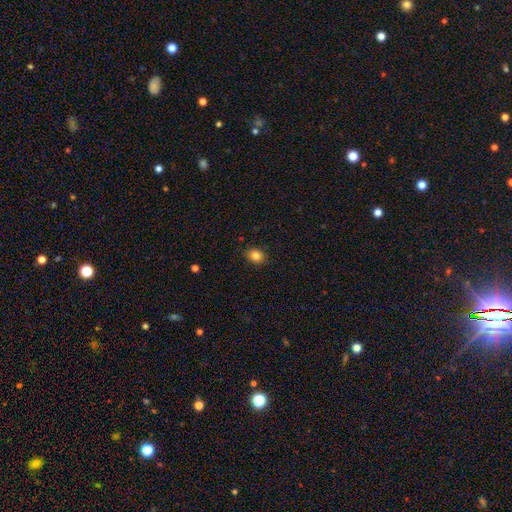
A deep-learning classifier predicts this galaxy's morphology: A smooth galaxy with no disk features (83%) that is round (51%).

Vote fractions:
- Smooth or featured? smooth: 83% / star or artifact: 11% / featured or disk: 6%
- How rounded? round: 51% / in between: 48% / cigar-shaped: 1%
- Merging? none: 86% / minor disturbance: 11% / major disturbance: 2% / merger: 1%